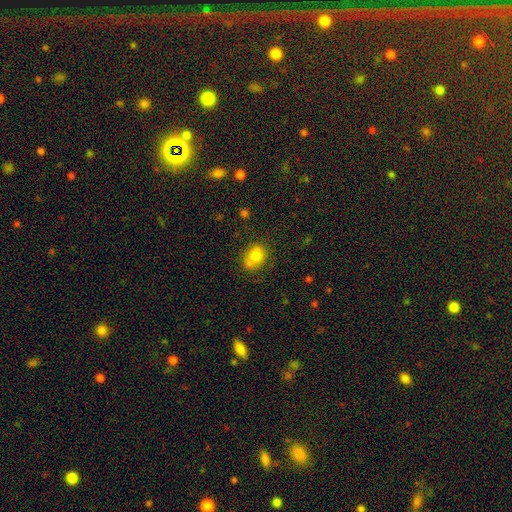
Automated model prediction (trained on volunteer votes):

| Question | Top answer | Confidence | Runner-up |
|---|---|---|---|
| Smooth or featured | smooth | 76% | featured or disk (13%) |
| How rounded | in between | 52% | round (47%) |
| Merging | none | 51% | merger (26%) |